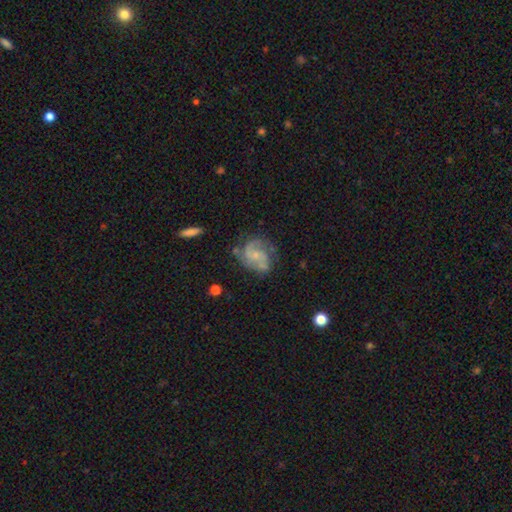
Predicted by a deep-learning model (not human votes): A featured or disk galaxy (80%) with no bar (61%), 2 (68%) medium (51%) spiral arms (94%) and a small central bulge (62%).

Vote fractions:
- Smooth or featured? featured or disk: 80% / smooth: 13% / star or artifact: 6%
- Edge-on disk? no: 98% / yes: 2%
- Bar? no: 61% / weak: 34% / strong: 6%
- Spiral arms? yes: 94% / no: 6%
- Spiral winding? medium: 51% / tight: 29% / loose: 19%
- Spiral arm count? 2: 68% / 3: 14% / can't tell: 10% / 1: 3% / 4: 2% / more than 4: 2%
- Bulge size? small: 62% / moderate: 20% / none: 16% / large: 1% / dominant: 1%
- Merging? none: 62% / minor disturbance: 22% / major disturbance: 11% / merger: 4%